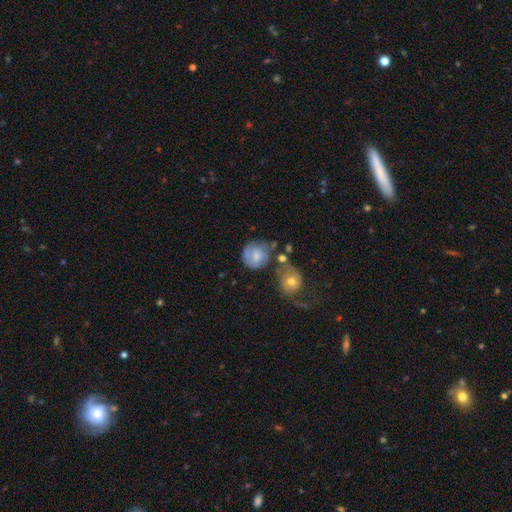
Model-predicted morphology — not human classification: This is possibly a smooth galaxy (55%). How rounded: likely round (79%). Merging: marginally none (43%).